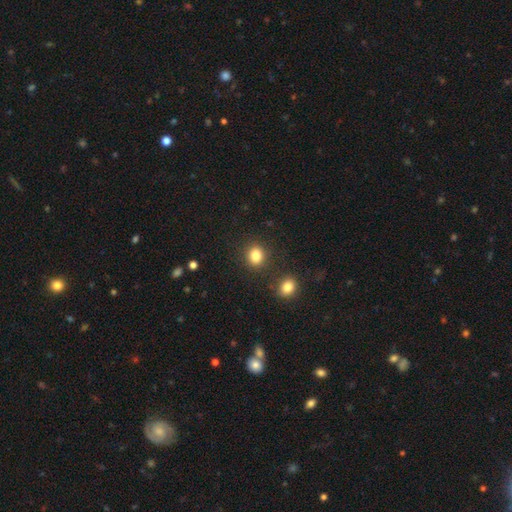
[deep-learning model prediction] A smooth galaxy with no disk features (85%) that is round (69%).

Vote fractions:
- Smooth or featured? smooth: 85% / star or artifact: 11% / featured or disk: 5%
- How rounded? round: 69% / in between: 30% / cigar-shaped: 1%
- Merging? none: 84% / minor disturbance: 8% / merger: 5% / major disturbance: 3%